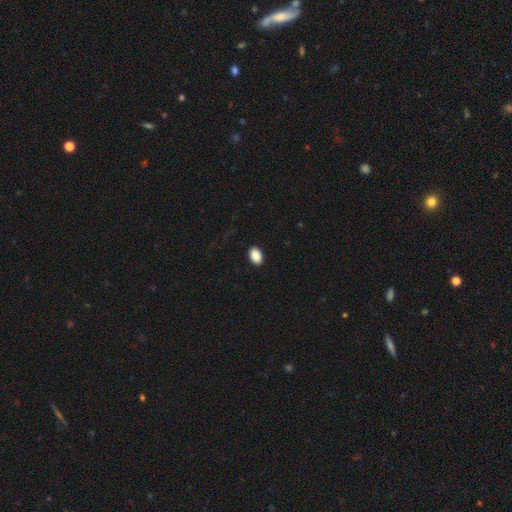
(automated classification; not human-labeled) Smooth or featured?
  - smooth: 88% *
  - star or artifact: 8%
  - featured or disk: 4%
How rounded?
  - in between: 88% *
  - round: 11%
  - cigar-shaped: 1%
Merging?
  - none: 91% *
  - minor disturbance: 7%
  - major disturbance: 2%
  - merger: 1%